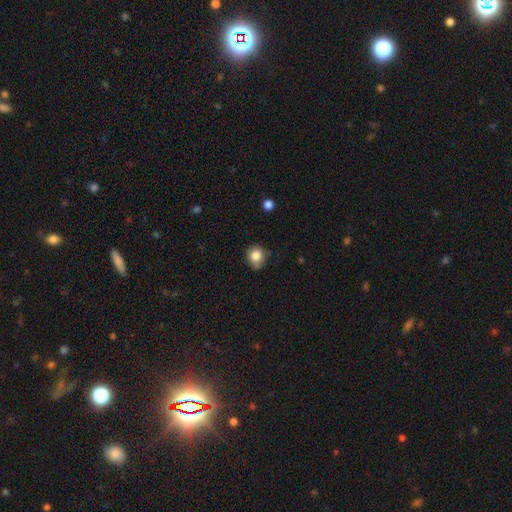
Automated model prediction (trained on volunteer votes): Smooth or featured? Predicted: smooth (p=0.81). How rounded? Predicted: round (p=0.82). Merging? Predicted: none (p=0.66).